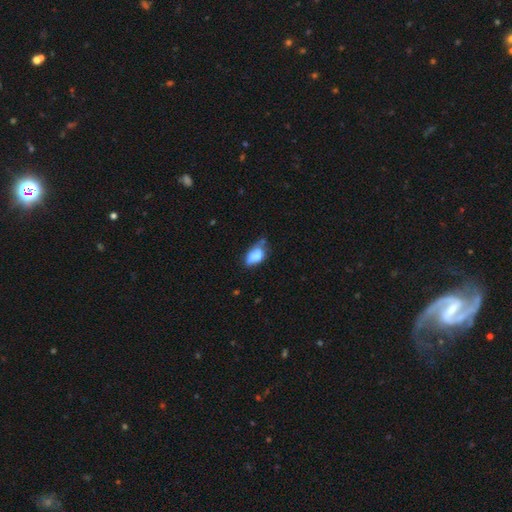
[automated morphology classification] The model was most divided on "merging": minor disturbance: 38%, none: 37%, major disturbance: 14%, merger: 11%. More confident: how rounded — in between (89%); smooth or featured — smooth (74%).